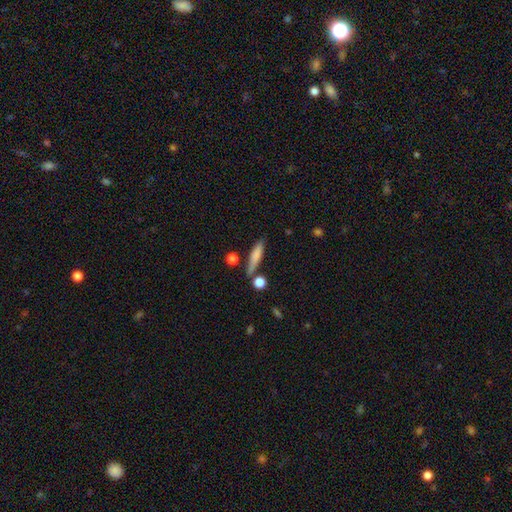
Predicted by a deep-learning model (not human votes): smooth-or-featured: smooth: 71% | featured or disk: 22% | star or artifact: 7%
  how-rounded: cigar-shaped: 81% | in between: 16% | round: 3%
  merging: none: 72% | minor disturbance: 15% | merger: 9% | major disturbance: 4%